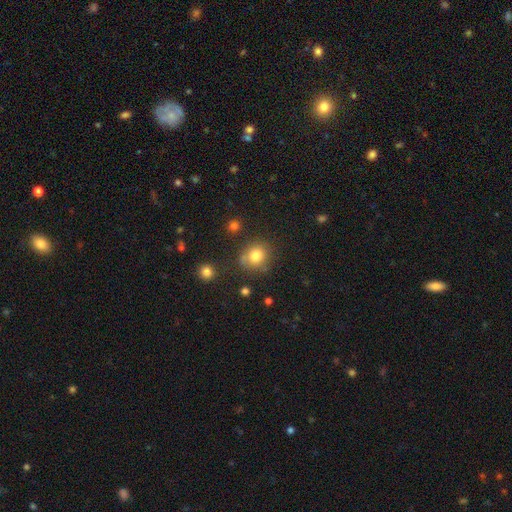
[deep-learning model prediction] The model was most divided on "merging": none: 74%, minor disturbance: 15%, merger: 7%, major disturbance: 5%. More confident: how rounded — round (81%); smooth or featured — smooth (81%).